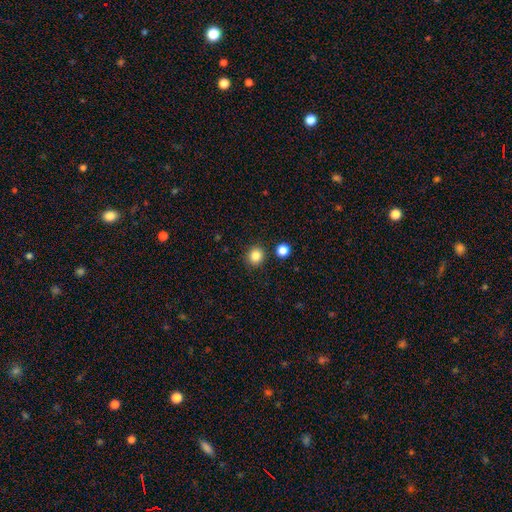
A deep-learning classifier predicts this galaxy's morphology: Smooth or featured? Predicted: smooth (p=0.85). How rounded? Predicted: round (p=0.90). Merging? Predicted: none (p=0.88).